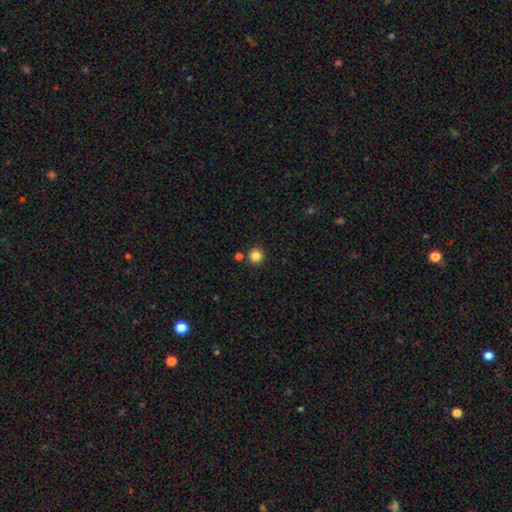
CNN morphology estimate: type=smooth (85%); roundness=round (96%); merging=none (89%).